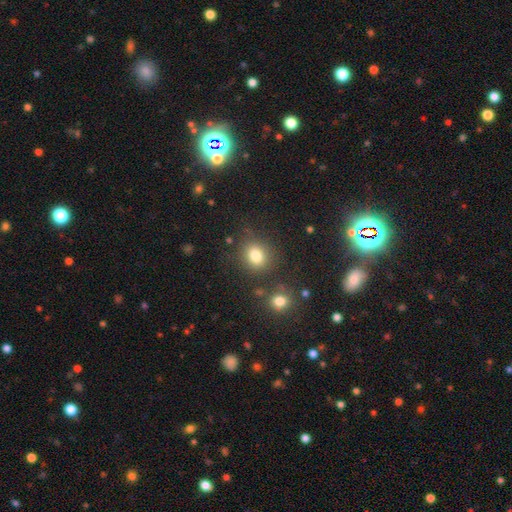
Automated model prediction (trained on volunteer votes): Q: Smooth or featured?
A: smooth (81%); runner-up: star or artifact (12%)
Q: How rounded?
A: round (68%); runner-up: in between (31%)
Q: Merging?
A: none (77%); runner-up: minor disturbance (12%)